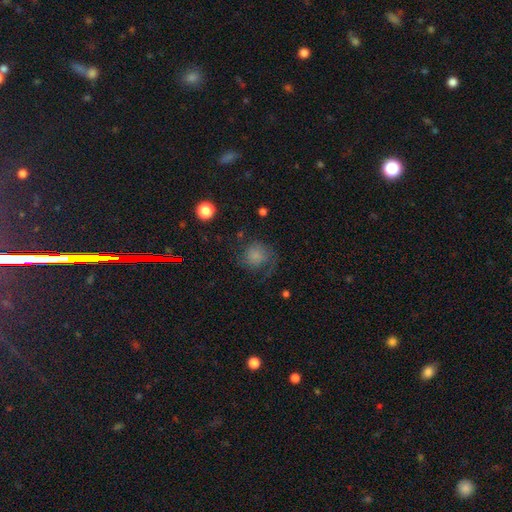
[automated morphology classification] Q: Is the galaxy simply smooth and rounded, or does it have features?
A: smooth — 61%.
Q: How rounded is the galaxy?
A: round — 83%.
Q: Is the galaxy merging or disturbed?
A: none — 54%.